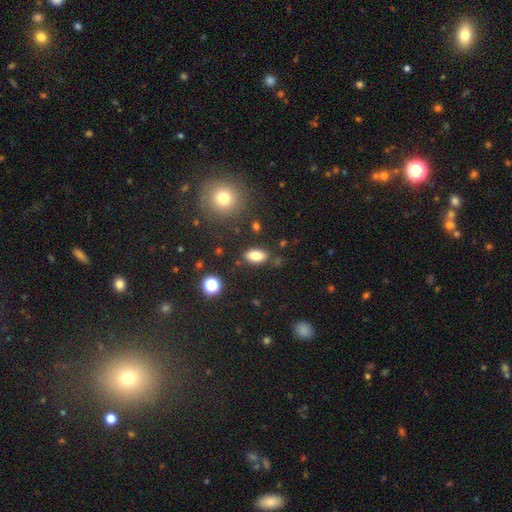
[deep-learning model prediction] Smooth or featured? Predicted: smooth (p=0.82). How rounded? Predicted: in between (p=0.90). Merging? Predicted: none (p=0.82).